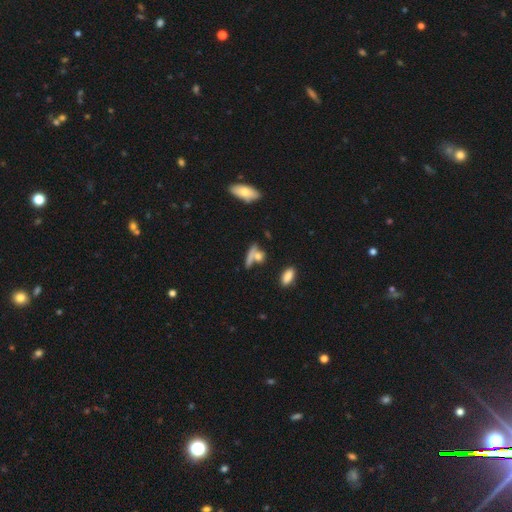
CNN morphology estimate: type=smooth (62%); roundness=in between (44%); merging=none (44%).